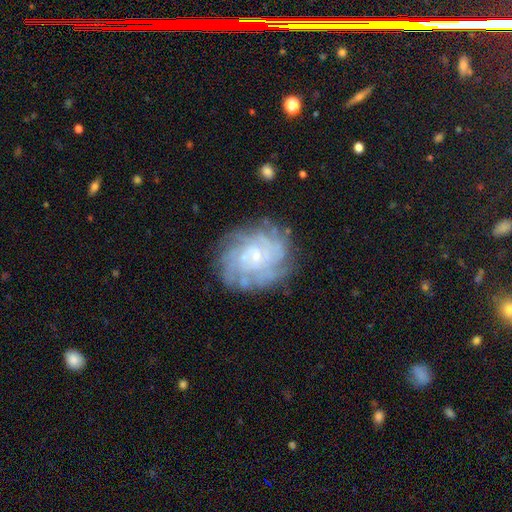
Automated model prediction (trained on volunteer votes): featured or disk 78%, smooth 14%, star or artifact 8%. Down the decision tree: edge-on disk — no (97%); bar — no (73%); spiral arms — yes (91%); spiral arm count — can't tell (42%); spiral winding — tight (71%); bulge size — small (78%); merging — none (76%).